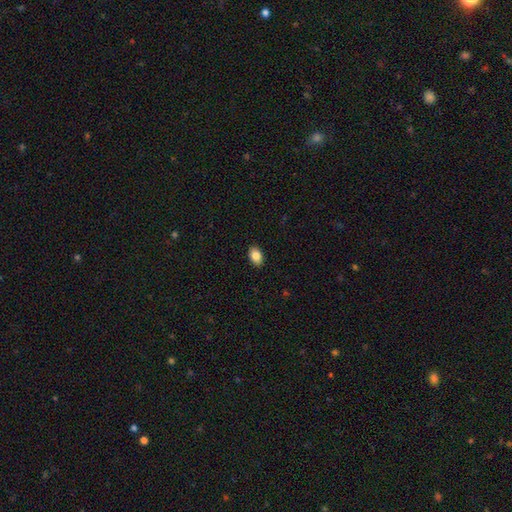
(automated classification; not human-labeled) smooth_or_featured: smooth (p=0.85) [alt: star or artifact p=0.08]
how_rounded: in between (p=0.85) [alt: round p=0.13]
merging: none (p=0.90) [alt: minor disturbance p=0.07]